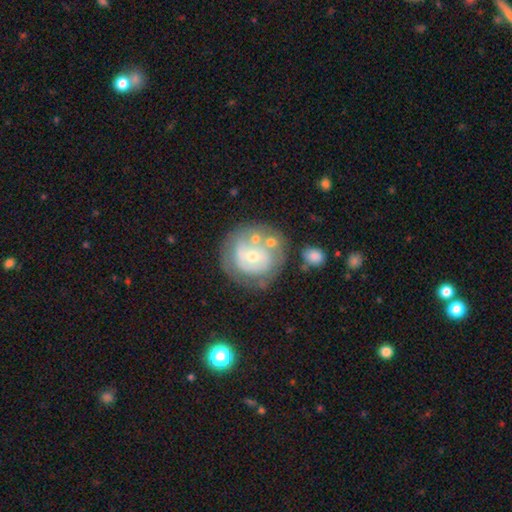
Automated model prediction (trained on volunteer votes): smooth_or_featured: featured or disk (p=0.68) [alt: smooth p=0.24]
disk_edge_on: no (p=0.97) [alt: yes p=0.03]
bar: no (p=0.70) [alt: weak p=0.24]
has_spiral_arms: yes (p=0.66) [alt: no p=0.34]
bulge_size: small (p=0.49) [alt: moderate p=0.45]
merging: none (p=0.57) [alt: minor disturbance p=0.18]